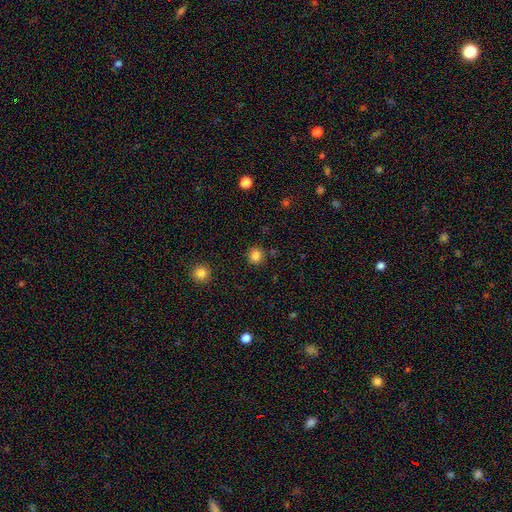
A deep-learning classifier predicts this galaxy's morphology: Smooth or featured? Predicted: smooth (p=0.84). How rounded? Predicted: round (p=0.90). Merging? Predicted: none (p=0.88).